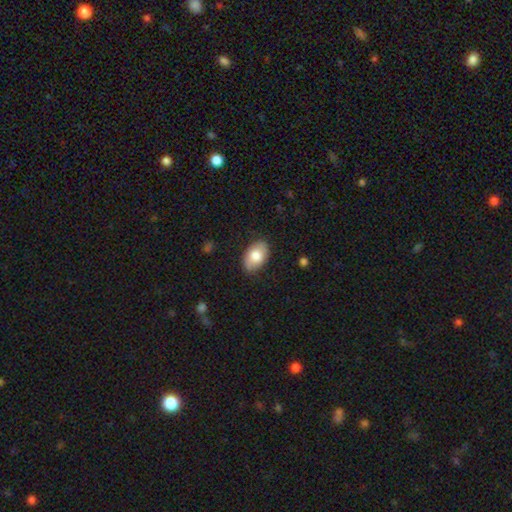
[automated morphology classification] Smooth or featured? Predicted: smooth (p=0.78). How rounded? Predicted: in between (p=0.91). Merging? Predicted: none (p=0.84).